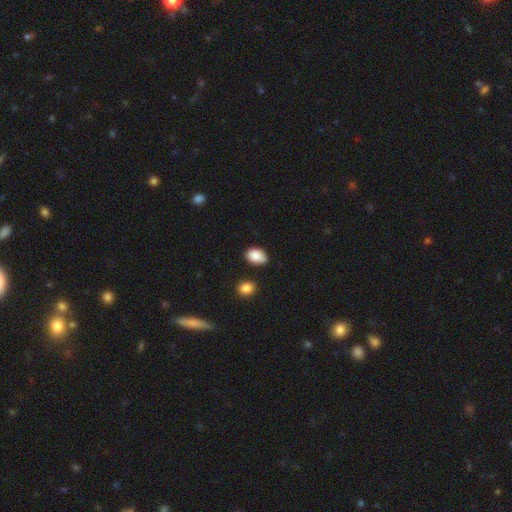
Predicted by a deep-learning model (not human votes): smooth-or-featured: smooth: 88% | star or artifact: 8% | featured or disk: 4%
  how-rounded: in between: 85% | round: 13% | cigar-shaped: 1%
  merging: none: 70% | minor disturbance: 22% | merger: 4% | major disturbance: 4%